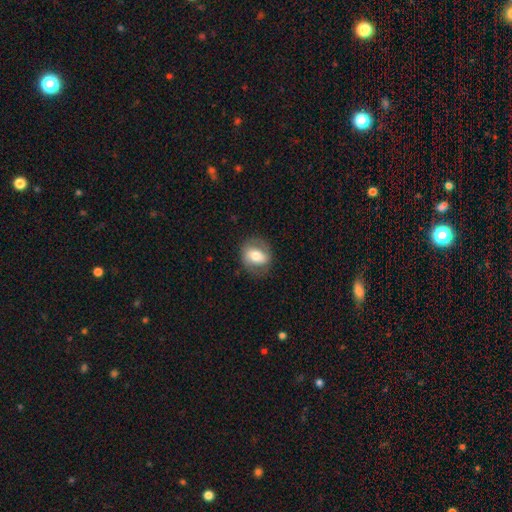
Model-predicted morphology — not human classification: The model was most divided on "how rounded" (2-way tie): round: 49%, in between: 49%, cigar-shaped: 1%. More confident: merging — none (76%); smooth or featured — smooth (50%).